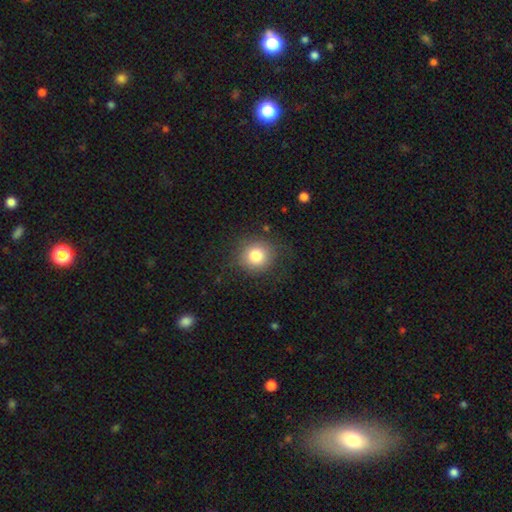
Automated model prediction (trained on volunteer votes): smooth 81%, star or artifact 11%, featured or disk 9%. Down the decision tree: how rounded — round (87%); merging — none (82%).